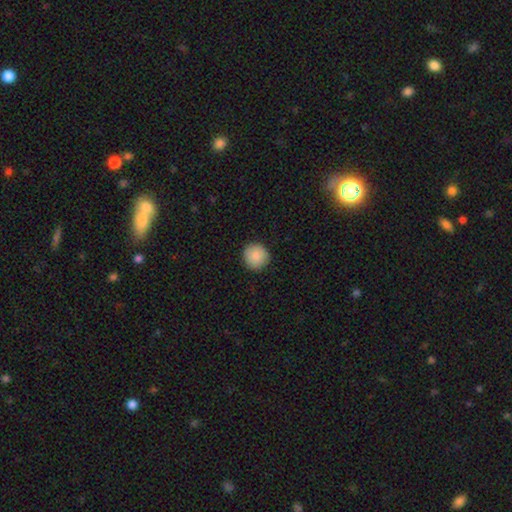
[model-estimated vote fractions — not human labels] Smooth or featured: smooth — 87% (star or artifact — 8%)
How rounded: round — 94% (in between — 5%)
Merging: none — 90% (minor disturbance — 7%)